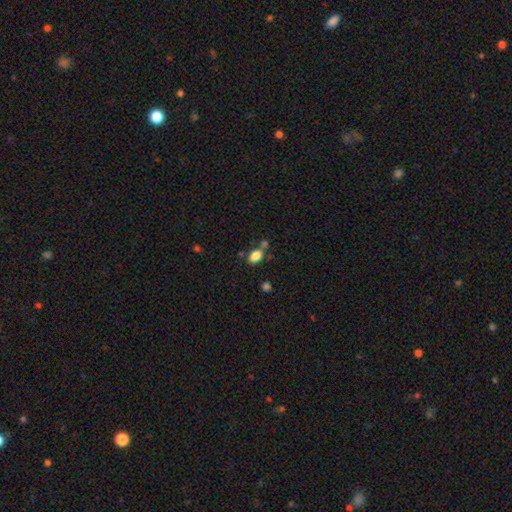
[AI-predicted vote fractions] smooth_or_featured: smooth (p=0.84) [alt: star or artifact p=0.10]
how_rounded: in between (p=0.87) [alt: round p=0.12]
merging: none (p=0.64) [alt: merger p=0.18]